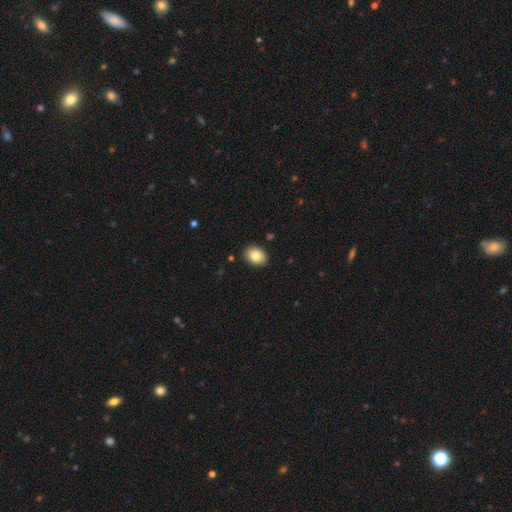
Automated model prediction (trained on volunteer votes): The model was most divided on "how rounded": in between: 71%, round: 28%, cigar-shaped: 1%. More confident: merging — none (90%); smooth or featured — smooth (82%).